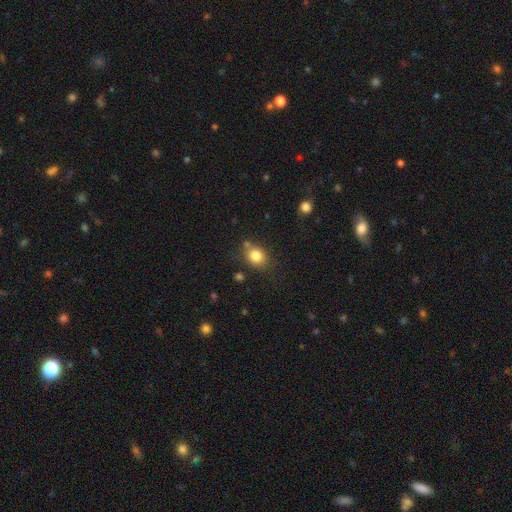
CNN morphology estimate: A smooth galaxy with no disk features (82%) that is round (57%). Merging: none (72%).